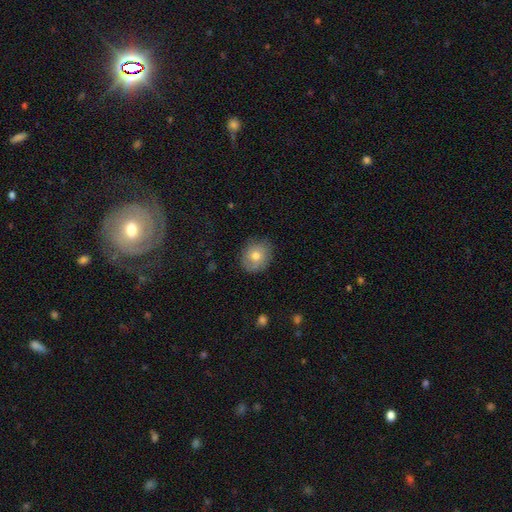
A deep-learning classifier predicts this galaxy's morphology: Smooth or featured? smooth (70%)
How rounded? round (72%)
Merging? none (79%)